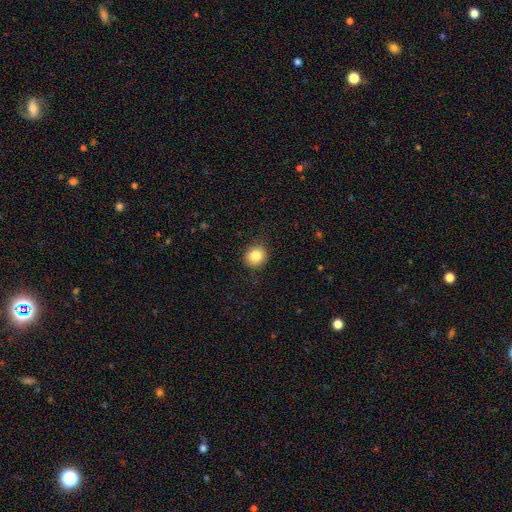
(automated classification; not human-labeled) This appears to be a smooth galaxy with no disk features (85%) that is round (83%). Merging: none (88%).